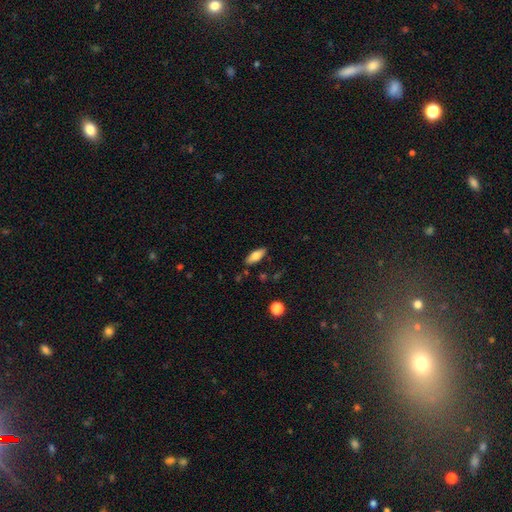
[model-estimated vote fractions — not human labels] smooth 74%, featured or disk 19%, star or artifact 7%. Down the decision tree: how rounded — in between (75%); merging — none (84%).